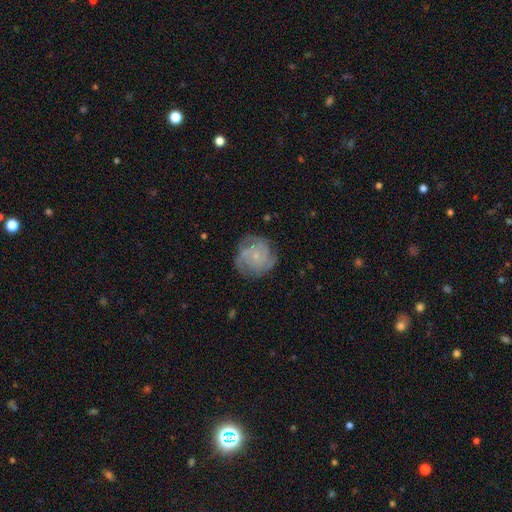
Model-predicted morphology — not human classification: smooth_or_featured: featured or disk (p=0.75) [alt: smooth p=0.17]
disk_edge_on: no (p=0.98) [alt: yes p=0.02]
bar: no (p=0.78) [alt: weak p=0.19]
has_spiral_arms: yes (p=0.92) [alt: no p=0.08]
spiral_winding: tight (p=0.62) [alt: medium p=0.31]
spiral_arm_count: 3 (p=0.29) [alt: can't tell p=0.27]
bulge_size: small (p=0.78) [alt: moderate p=0.15]
merging: none (p=0.74) [alt: minor disturbance p=0.18]